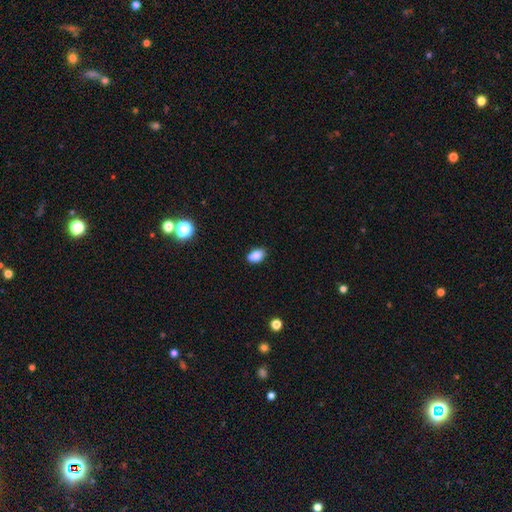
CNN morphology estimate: Q: Smooth or featured?
A: smooth (86%); runner-up: star or artifact (9%)
Q: How rounded?
A: in between (86%); runner-up: round (12%)
Q: Merging?
A: none (85%); runner-up: minor disturbance (12%)